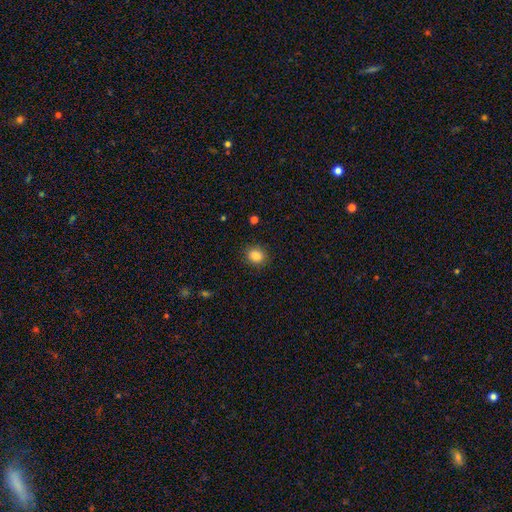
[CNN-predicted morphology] A smooth galaxy with no disk features (86%) that is round (73%).

Vote fractions:
- Smooth or featured? smooth: 86% / star or artifact: 10% / featured or disk: 4%
- How rounded? round: 73% / in between: 26% / cigar-shaped: 1%
- Merging? none: 88% / minor disturbance: 8% / major disturbance: 3% / merger: 1%